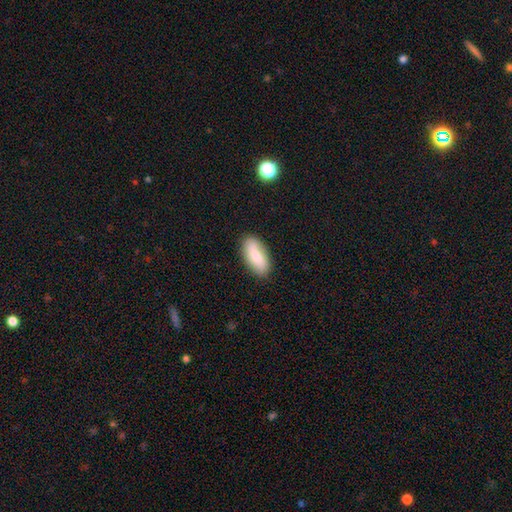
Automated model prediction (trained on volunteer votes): smooth-or-featured: smooth: 71% | featured or disk: 23% | star or artifact: 6%
  how-rounded: in between: 87% | cigar-shaped: 10% | round: 3%
  merging: none: 85% | minor disturbance: 11% | major disturbance: 2% | merger: 1%